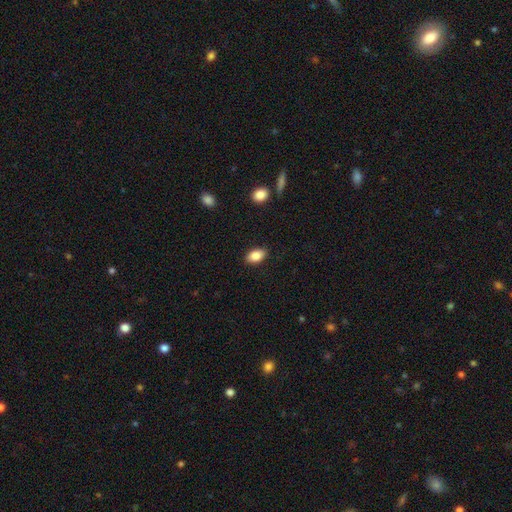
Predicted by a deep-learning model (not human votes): Smooth or featured?
  - smooth: 85% *
  - star or artifact: 8%
  - featured or disk: 7%
How rounded?
  - in between: 89% *
  - round: 9%
  - cigar-shaped: 3%
Merging?
  - none: 86% *
  - minor disturbance: 11%
  - major disturbance: 2%
  - merger: 1%